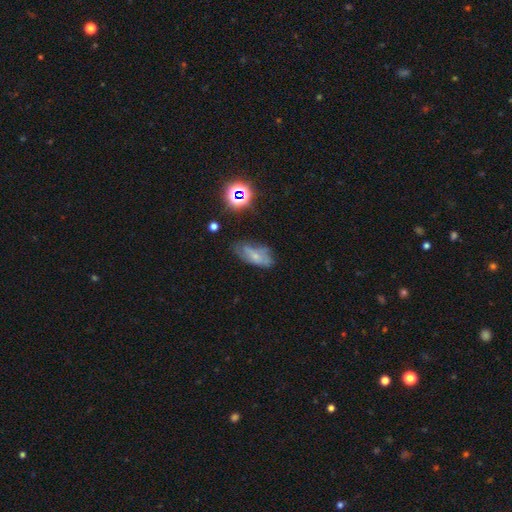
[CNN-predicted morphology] smooth-or-featured: smooth: 47% | featured or disk: 38% | star or artifact: 15%
  merging: none: 48% | minor disturbance: 32% | major disturbance: 16% | merger: 4%